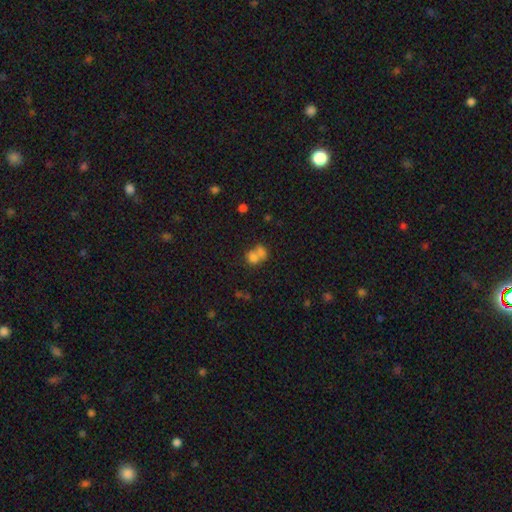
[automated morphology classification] The model was most divided on "how rounded": round: 55%, in between: 44%, cigar-shaped: 1%. More confident: smooth or featured — smooth (72%); merging — merger (63%).